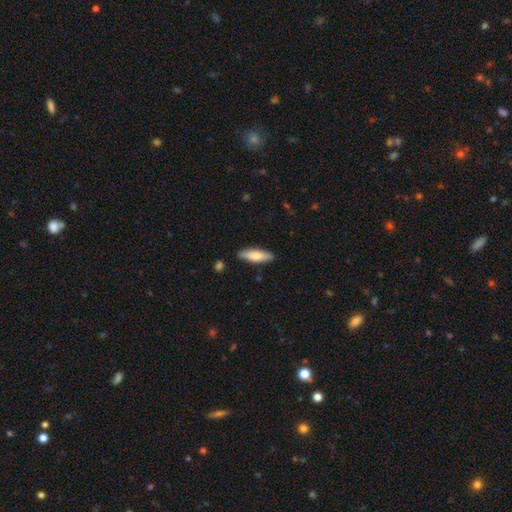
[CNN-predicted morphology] A smooth galaxy with no disk features (75%) that is cigar-shaped (56%). Merging: none (86%).